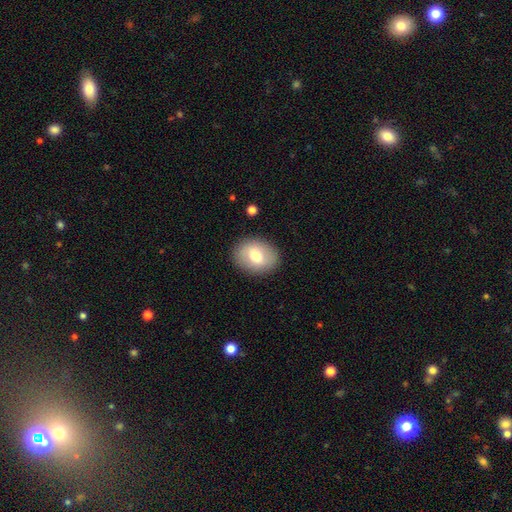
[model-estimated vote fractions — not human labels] Morphology: type=smooth (66%); roundness=in between (62%); merging=none (87%).